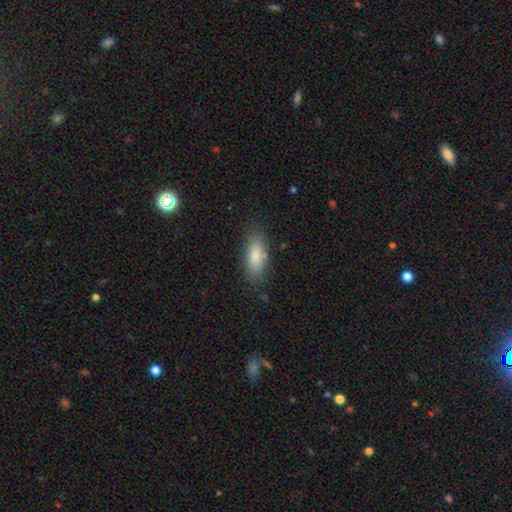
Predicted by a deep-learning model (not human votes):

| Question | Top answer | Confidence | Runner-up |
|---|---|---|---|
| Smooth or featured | smooth | 82% | featured or disk (11%) |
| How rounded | in between | 77% | cigar-shaped (20%) |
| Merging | none | 80% | minor disturbance (14%) |